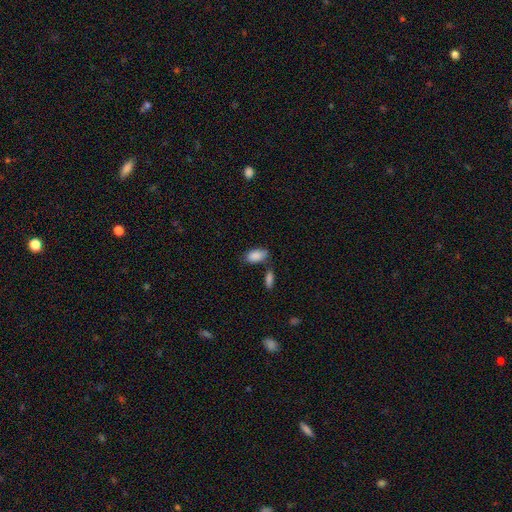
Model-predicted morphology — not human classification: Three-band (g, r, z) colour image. It shows a smooth galaxy with no disk features (88%) that is in between round and cigar-shaped (93%). Merging: none (66%).